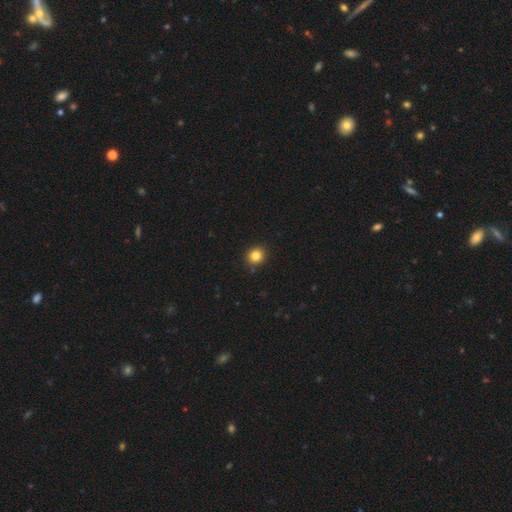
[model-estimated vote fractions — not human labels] Morphology: type=smooth (83%); roundness=round (89%); merging=none (91%).